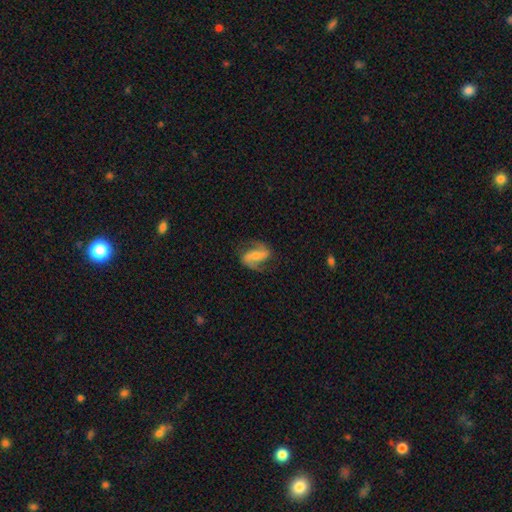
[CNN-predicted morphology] A featured or disk galaxy (78%) with a strong bar (44%), 2 (91%) loose (46%) spiral arms (94%) and a small central bulge (45%). Merging: none (73%).